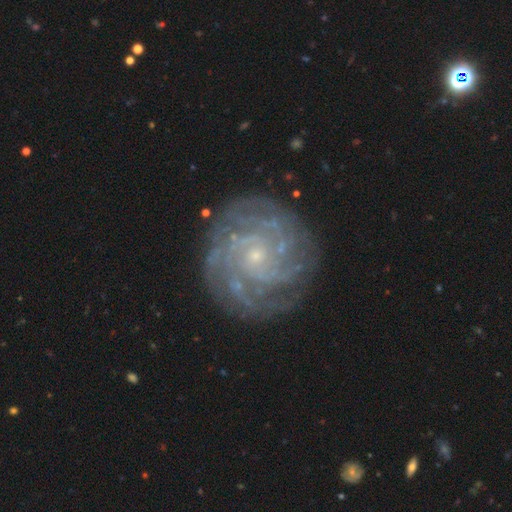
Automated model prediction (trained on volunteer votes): smooth_or_featured: featured or disk (p=0.87) [alt: star or artifact p=0.06]
disk_edge_on: no (p=0.98) [alt: yes p=0.02]
bar: no (p=0.74) [alt: weak p=0.21]
has_spiral_arms: yes (p=0.97) [alt: no p=0.03]
spiral_winding: tight (p=0.76) [alt: medium p=0.20]
spiral_arm_count: can't tell (p=0.26) [alt: 4 p=0.24]
bulge_size: small (p=0.82) [alt: moderate p=0.13]
merging: none (p=0.82) [alt: minor disturbance p=0.12]